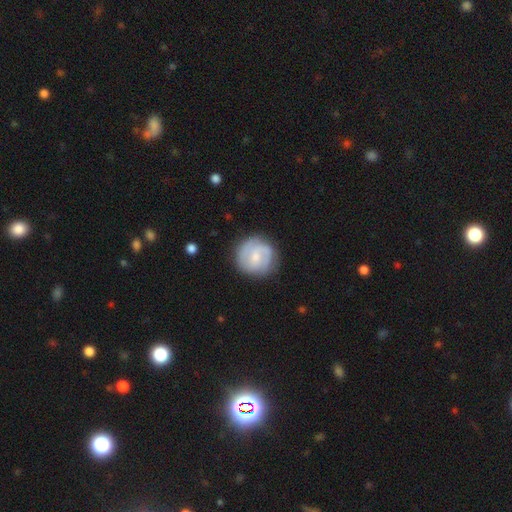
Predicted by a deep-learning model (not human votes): Smooth or featured?
  - featured or disk: 54% *
  - smooth: 40%
  - star or artifact: 6%
Edge-on disk?
  - no: 98% *
  - yes: 2%
Bar?
  - no: 50% *
  - weak: 42%
  - strong: 8%
Spiral arms?
  - yes: 78% *
  - no: 22%
Bulge size?
  - small: 52% *
  - moderate: 38%
  - none: 6%
  - large: 3%
  - dominant: 1%
Merging?
  - none: 76% *
  - minor disturbance: 16%
  - major disturbance: 6%
  - merger: 2%